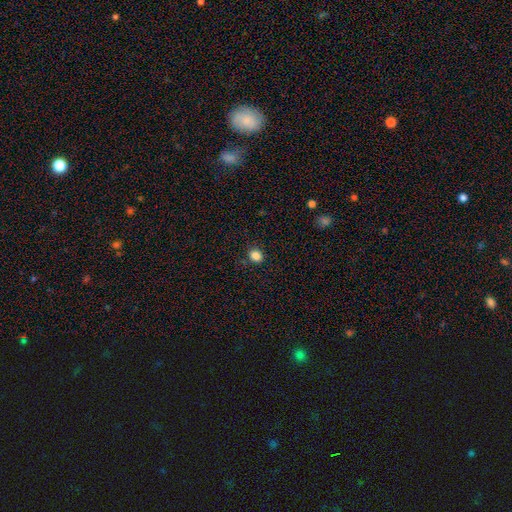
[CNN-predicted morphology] Q: Smooth or featured?
A: smooth (85%); runner-up: star or artifact (12%)
Q: How rounded?
A: round (75%); runner-up: in between (24%)
Q: Merging?
A: none (87%); runner-up: minor disturbance (9%)